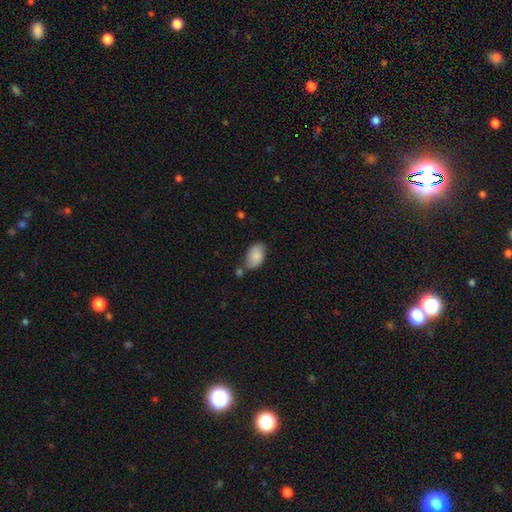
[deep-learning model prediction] A smooth galaxy with no disk features (82%) that is in between round and cigar-shaped (92%). Merging: none (60%).